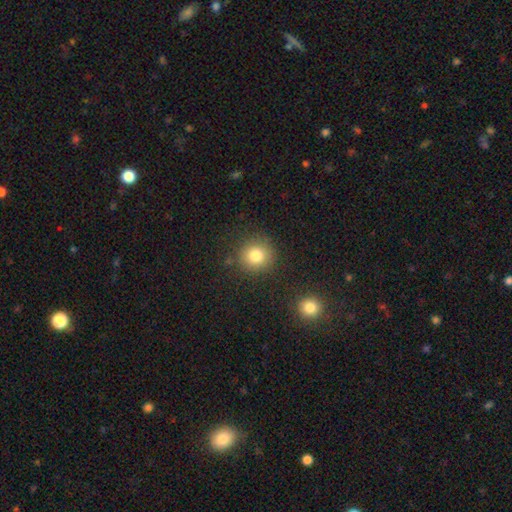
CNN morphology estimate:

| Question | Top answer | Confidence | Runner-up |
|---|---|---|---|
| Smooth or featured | smooth | 81% | star or artifact (12%) |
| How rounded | round | 90% | in between (9%) |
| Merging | none | 85% | minor disturbance (9%) |